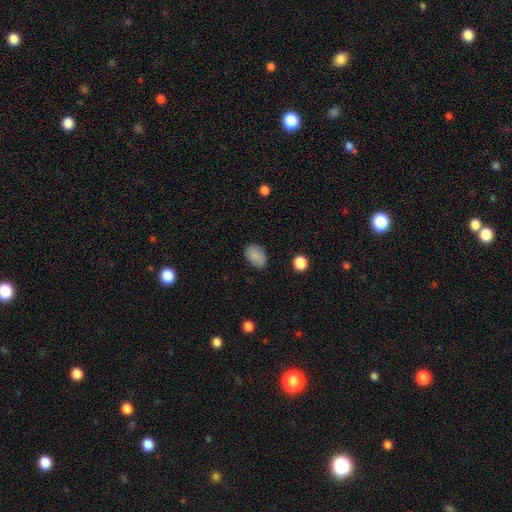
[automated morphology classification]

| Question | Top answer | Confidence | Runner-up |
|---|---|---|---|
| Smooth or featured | smooth | 87% | star or artifact (8%) |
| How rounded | in between | 83% | round (15%) |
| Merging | none | 84% | minor disturbance (12%) |